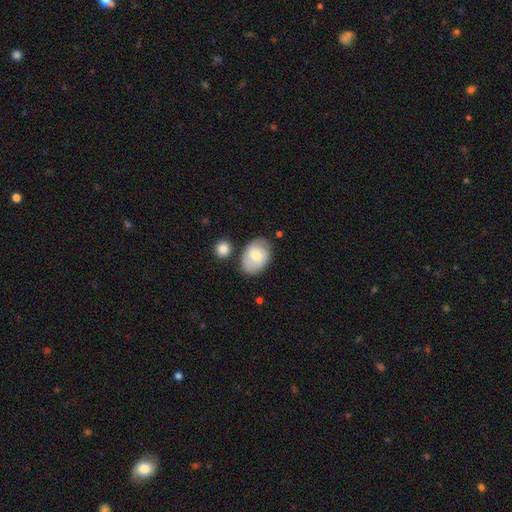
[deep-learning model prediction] Smooth or featured: smooth — 63% (featured or disk — 30%)
How rounded: in between — 80% (round — 19%)
Merging: none — 66% (minor disturbance — 19%)